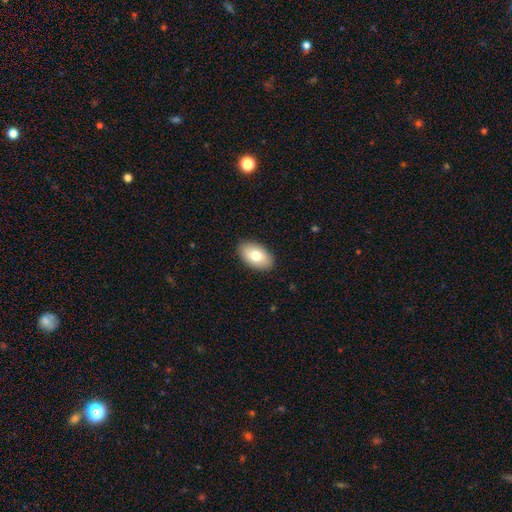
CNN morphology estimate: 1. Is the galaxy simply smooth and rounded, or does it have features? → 77% smooth, 16% featured or disk, 7% star or artifact.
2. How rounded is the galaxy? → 93% in between, 6% round, 1% cigar-shaped.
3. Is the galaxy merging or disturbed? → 89% none, 9% minor disturbance, 2% major disturbance, 1% merger.